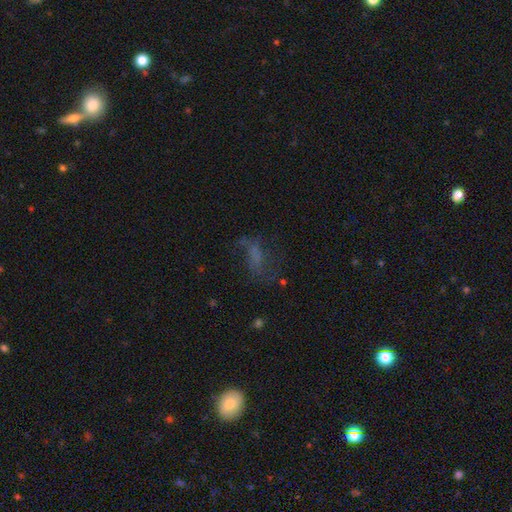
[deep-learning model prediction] Smooth or featured? Predicted: smooth (p=0.39). Merging? Predicted: none (p=0.43).